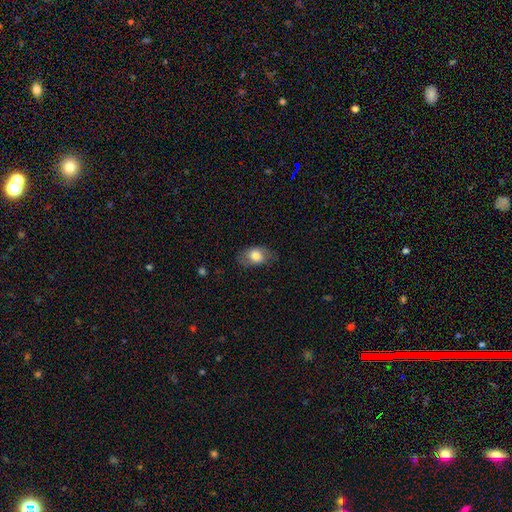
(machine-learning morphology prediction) Smooth or featured? smooth (78%)
How rounded? in between (81%)
Merging? none (73%)